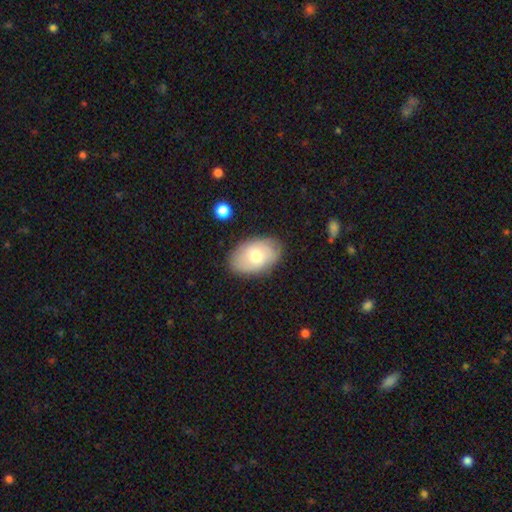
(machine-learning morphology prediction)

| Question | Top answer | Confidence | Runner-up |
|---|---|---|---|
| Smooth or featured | smooth | 66% | featured or disk (27%) |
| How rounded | in between | 89% | round (10%) |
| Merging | none | 82% | minor disturbance (13%) |